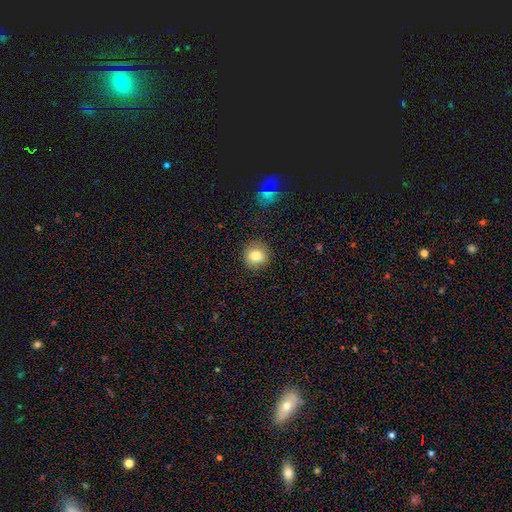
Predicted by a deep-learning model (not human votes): Overall: smooth (83%). How rounded: round (89%). Merging: none (87%).